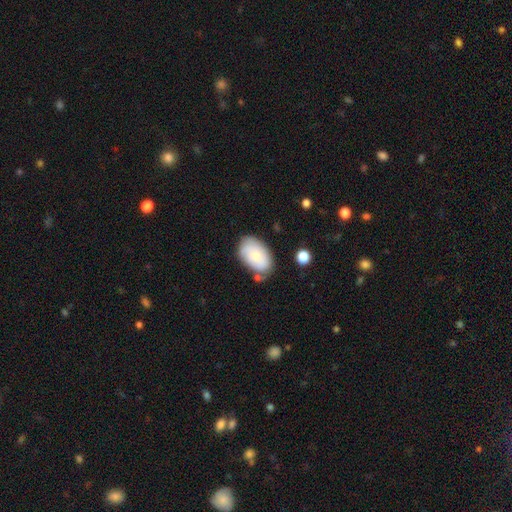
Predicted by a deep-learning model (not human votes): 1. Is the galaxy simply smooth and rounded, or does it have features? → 68% smooth, 25% featured or disk, 7% star or artifact.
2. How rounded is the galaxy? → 91% in between, 8% round, 1% cigar-shaped.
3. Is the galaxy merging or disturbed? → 66% none, 22% minor disturbance, 7% merger, 5% major disturbance.